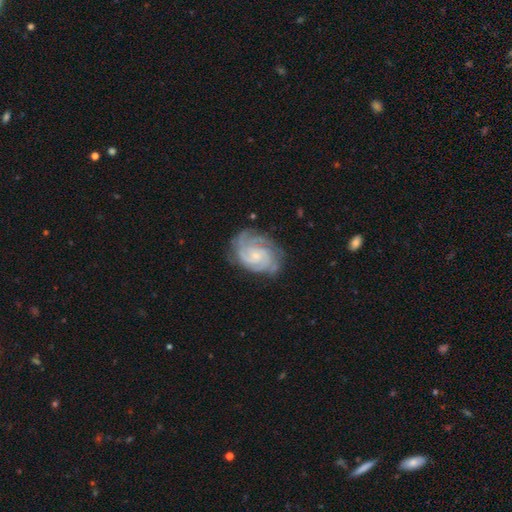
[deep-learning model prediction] Q: Smooth or featured?
A: featured or disk (89%); runner-up: smooth (6%)
Q: Edge-on disk?
A: no (98%); runner-up: yes (2%)
Q: Bar?
A: no (67%); runner-up: weak (28%)
Q: Spiral arms?
A: yes (98%); runner-up: no (2%)
Q: Spiral winding?
A: tight (70%); runner-up: medium (27%)
Q: Spiral arm count?
A: 3 (37%); runner-up: 2 (23%)
Q: Bulge size?
A: small (73%); runner-up: moderate (19%)
Q: Merging?
A: none (74%); runner-up: minor disturbance (19%)